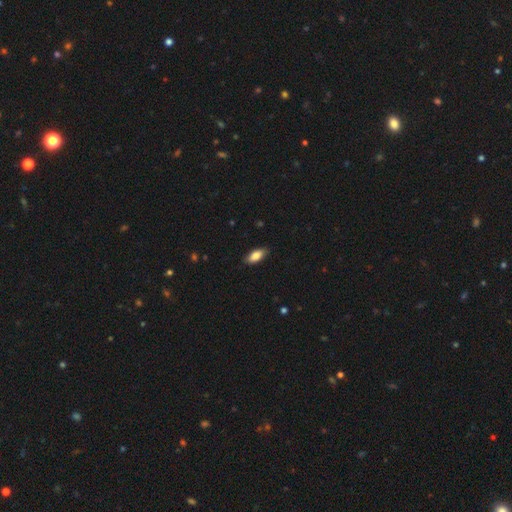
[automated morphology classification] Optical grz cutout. It shows a smooth galaxy with no disk features (83%) that is in between round and cigar-shaped (86%). Merging: none (86%).